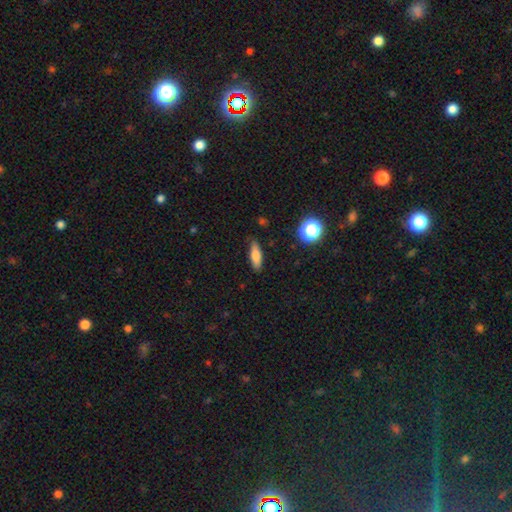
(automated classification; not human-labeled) Morphology: type=smooth (74%); roundness=cigar-shaped (50%); merging=none (85%).